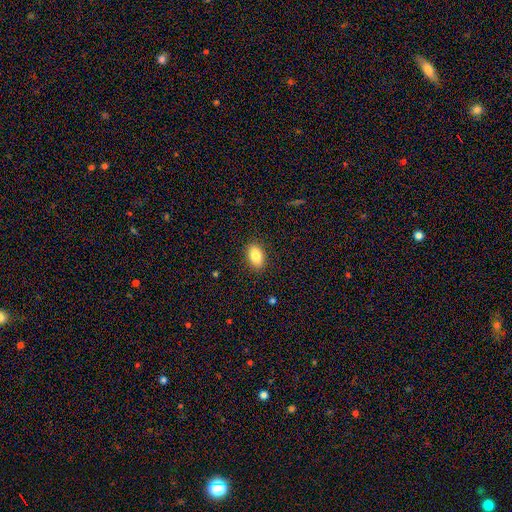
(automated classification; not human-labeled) Smooth or featured? Predicted: smooth (p=0.85). How rounded? Predicted: in between (p=0.90). Merging? Predicted: none (p=0.88).